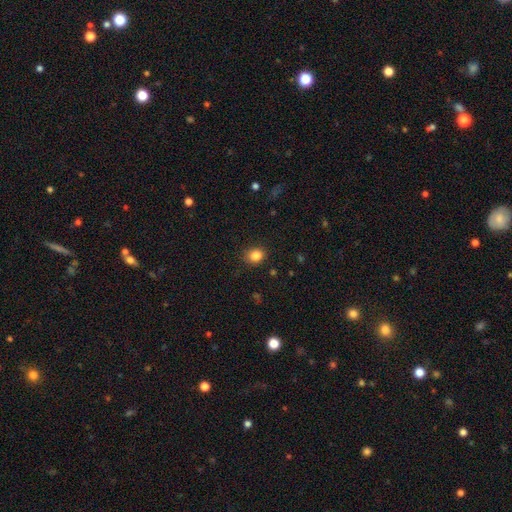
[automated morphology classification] smooth_or_featured: smooth (p=0.85) [alt: star or artifact p=0.10]
how_rounded: round (p=0.58) [alt: in between p=0.41]
merging: none (p=0.87) [alt: minor disturbance p=0.09]